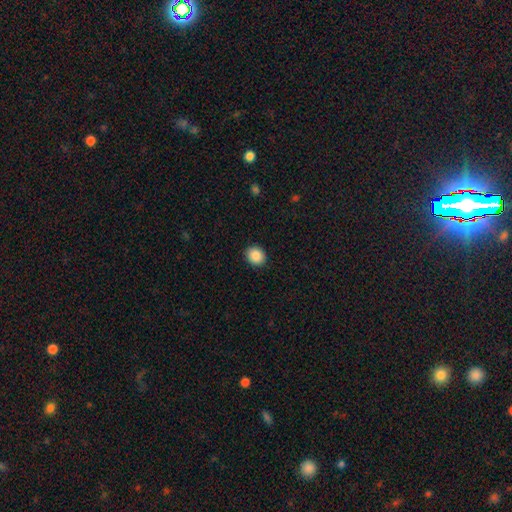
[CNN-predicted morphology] smooth_or_featured: smooth (p=0.88) [alt: star or artifact p=0.08]
how_rounded: round (p=0.72) [alt: in between p=0.27]
merging: none (p=0.91) [alt: minor disturbance p=0.06]